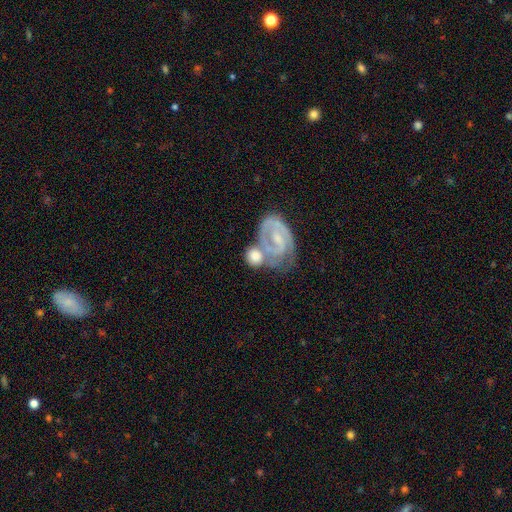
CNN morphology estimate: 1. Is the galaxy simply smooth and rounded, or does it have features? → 50% smooth, 44% featured or disk, 6% star or artifact.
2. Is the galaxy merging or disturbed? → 42% merger, 32% none, 15% minor disturbance, 11% major disturbance.